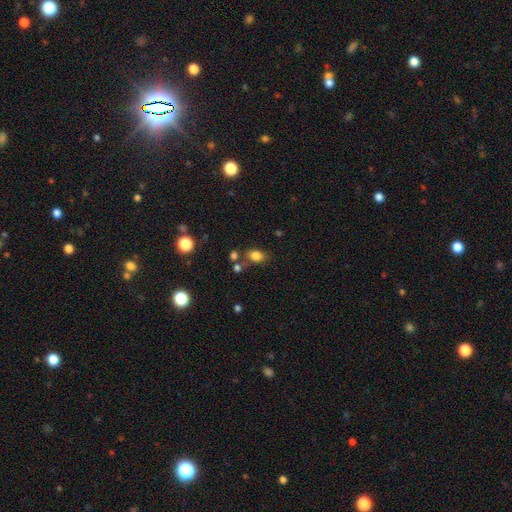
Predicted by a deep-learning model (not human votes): Q: Smooth or featured?
A: smooth (80%); runner-up: star or artifact (13%)
Q: How rounded?
A: in between (72%); runner-up: round (27%)
Q: Merging?
A: none (66%); runner-up: minor disturbance (15%)